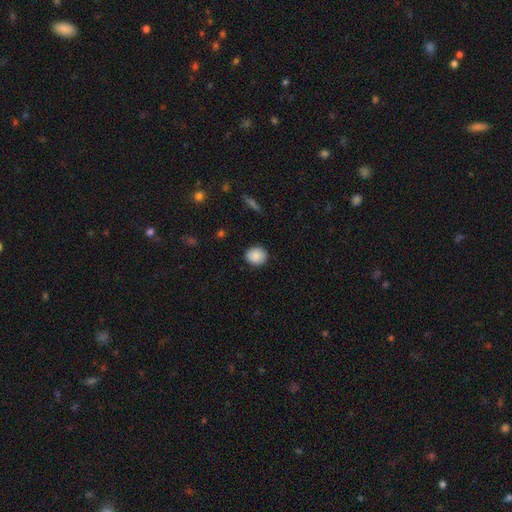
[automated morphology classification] This is clearly a smooth galaxy (89%). How rounded: likely round (68%). Merging: clearly none (88%).